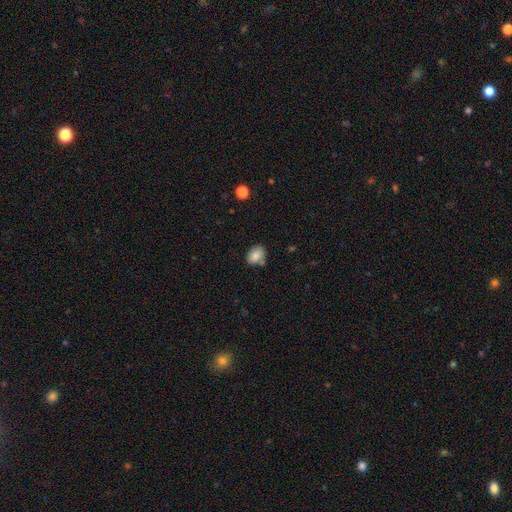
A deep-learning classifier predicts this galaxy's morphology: A smooth galaxy with no disk features (85%) that is in between round and cigar-shaped (74%). Merging: none (70%).